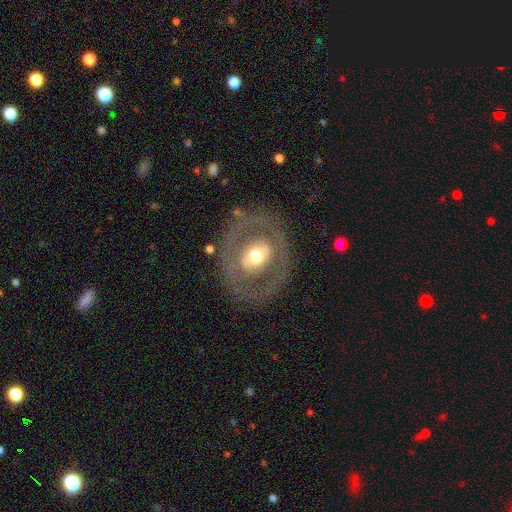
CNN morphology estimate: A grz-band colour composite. It shows a featured or disk galaxy (59%) with no bar (55%), no spiral arms (86%) and a moderate central bulge (62%). Merging: none (77%).